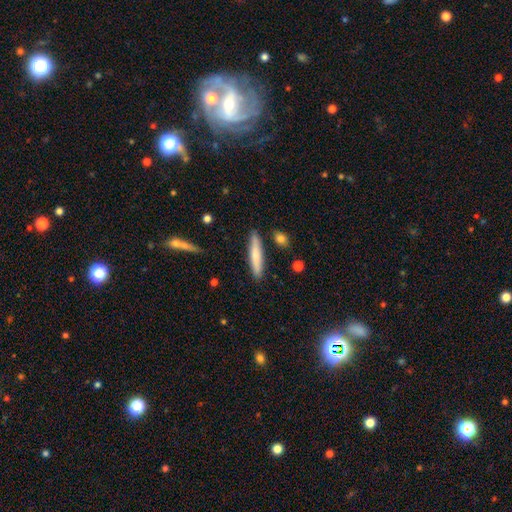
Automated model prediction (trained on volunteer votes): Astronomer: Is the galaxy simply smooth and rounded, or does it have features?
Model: smooth — 70%.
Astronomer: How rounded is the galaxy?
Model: cigar-shaped — 90%.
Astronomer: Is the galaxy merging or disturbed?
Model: none — 88%.